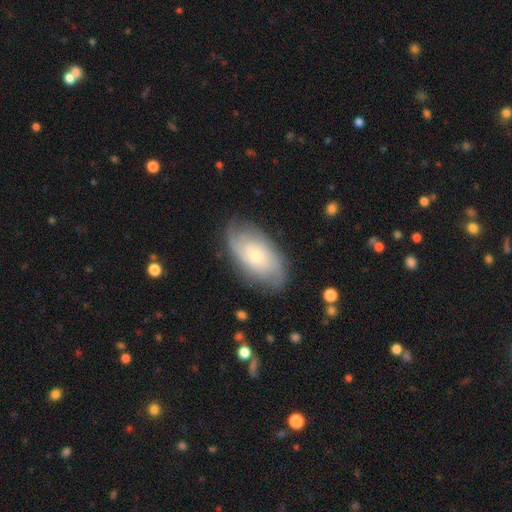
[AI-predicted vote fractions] smooth-or-featured: featured or disk: 65% | smooth: 29% | star or artifact: 6%
  disk-edge-on: no: 94% | yes: 6%
    bar: no: 78% | weak: 19% | strong: 3%
    has-spiral-arms: yes: 88% | no: 12%
      spiral-winding: tight: 57% | medium: 30% | loose: 12%
      spiral-arm-count: can't tell: 44% | 2: 29% | 3: 12% | 4: 7% | 1: 5% | more than 4: 4%
    bulge-size: small: 60% | moderate: 35% | large: 3% | none: 2% | dominant: 1%
  merging: none: 77% | minor disturbance: 16% | major disturbance: 5% | merger: 1%